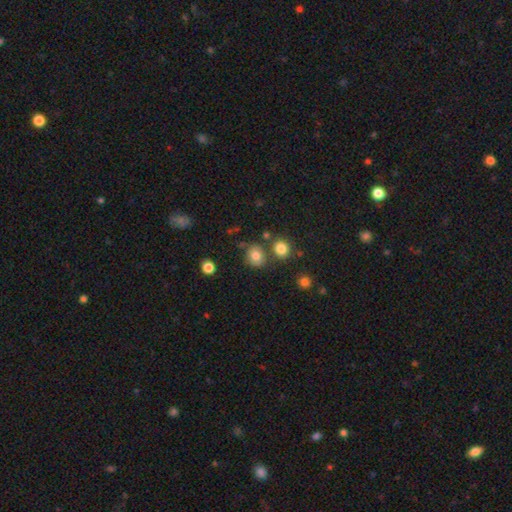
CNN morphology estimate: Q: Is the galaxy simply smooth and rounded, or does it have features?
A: smooth — 79%.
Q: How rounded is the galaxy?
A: round — 72%.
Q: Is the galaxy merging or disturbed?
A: none — 72%.